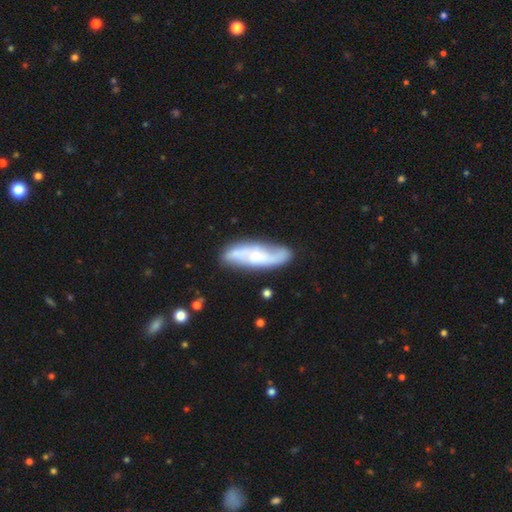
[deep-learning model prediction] smooth-or-featured: featured or disk: 68% | smooth: 27% | star or artifact: 6%
  disk-edge-on: no: 80% | yes: 20%
    bar: no: 65% | weak: 27% | strong: 8%
    has-spiral-arms: yes: 86% | no: 14%
    bulge-size: small: 60% | moderate: 34% | none: 3% | large: 2% | dominant: 1%
  merging: none: 75% | minor disturbance: 17% | major disturbance: 4% | merger: 4%